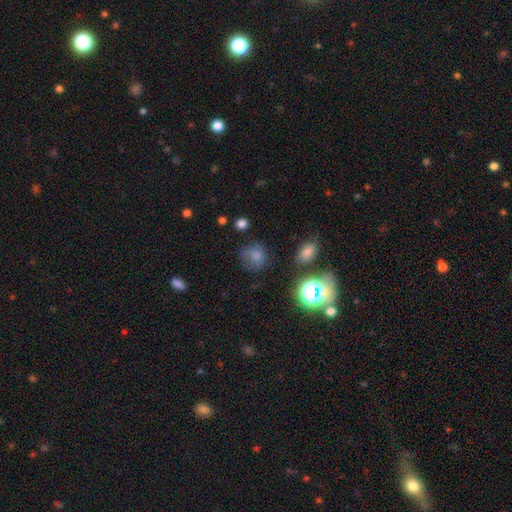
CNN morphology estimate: A smooth galaxy with no disk features (70%) that is round (69%).

Vote fractions:
- Smooth or featured? smooth: 70% / star or artifact: 18% / featured or disk: 12%
- How rounded? round: 69% / in between: 30% / cigar-shaped: 1%
- Merging? none: 59% / minor disturbance: 24% / major disturbance: 13% / merger: 4%